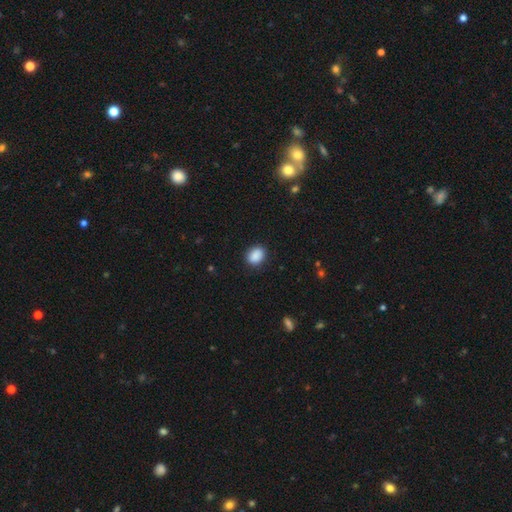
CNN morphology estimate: smooth-or-featured: smooth: 89% | star or artifact: 8% | featured or disk: 3%
  how-rounded: in between: 56% | round: 43% | cigar-shaped: 1%
  merging: none: 86% | minor disturbance: 11% | major disturbance: 3% | merger: 1%